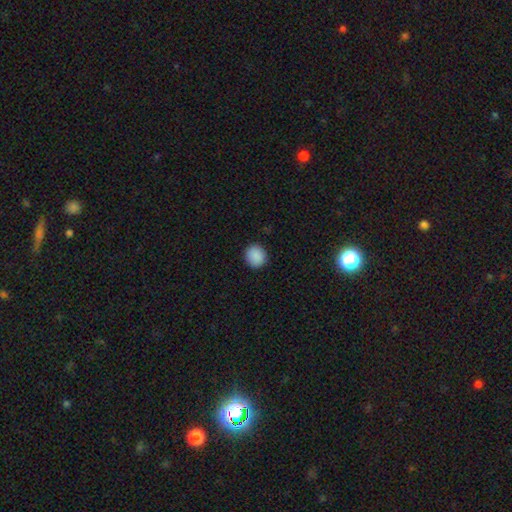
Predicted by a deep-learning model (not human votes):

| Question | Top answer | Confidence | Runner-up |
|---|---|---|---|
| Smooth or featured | smooth | 90% | star or artifact (8%) |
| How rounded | round | 86% | in between (13%) |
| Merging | none | 91% | minor disturbance (6%) |